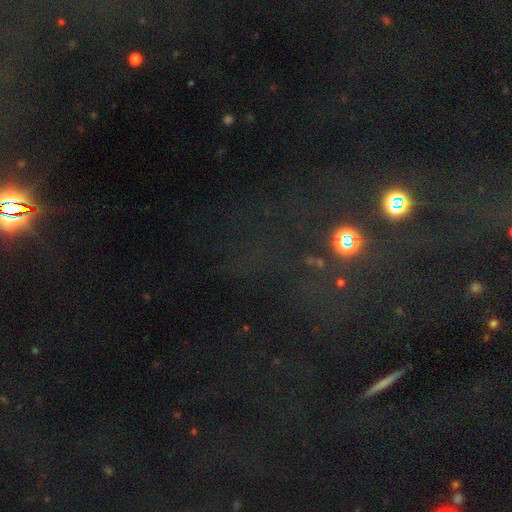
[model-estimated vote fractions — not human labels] Smooth or featured?
  - star or artifact: 73% *
  - smooth: 16%
  - featured or disk: 11%